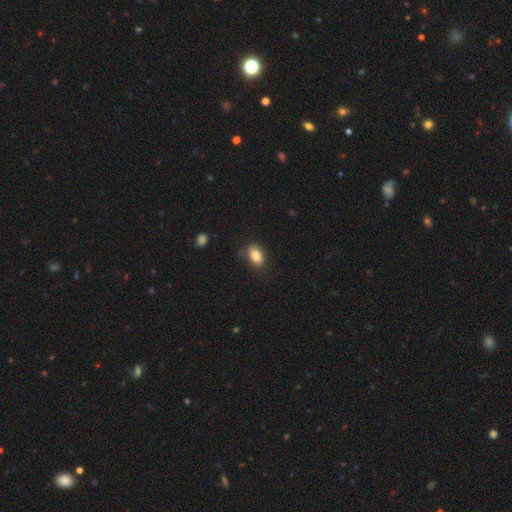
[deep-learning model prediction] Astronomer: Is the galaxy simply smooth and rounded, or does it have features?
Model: smooth — 84%.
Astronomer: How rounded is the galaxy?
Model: in between — 86%.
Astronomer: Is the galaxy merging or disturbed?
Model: none — 75%.